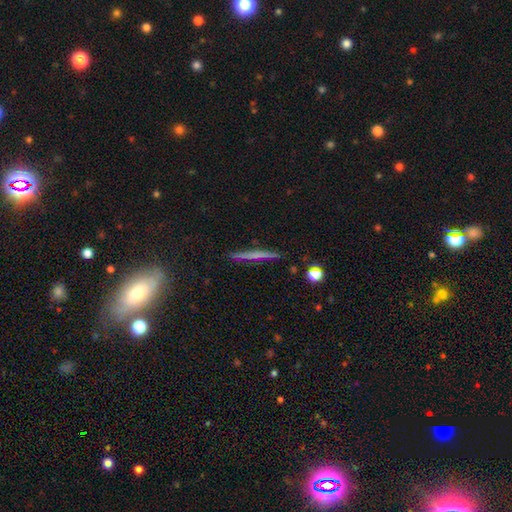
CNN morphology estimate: Smooth or featured? Predicted: featured or disk (p=0.49). Merging? Predicted: none (p=0.90).